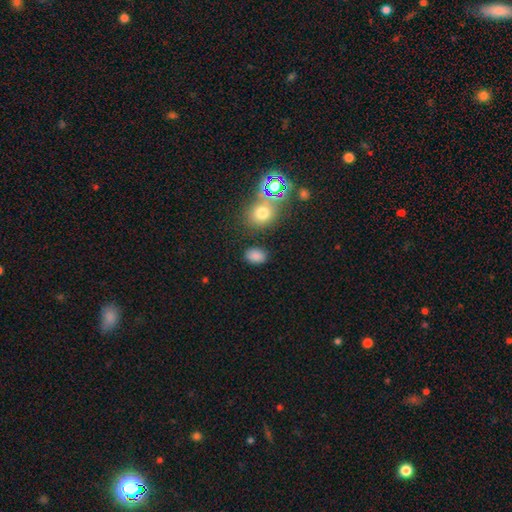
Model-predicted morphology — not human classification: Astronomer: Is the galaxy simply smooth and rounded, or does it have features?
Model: smooth — 81%.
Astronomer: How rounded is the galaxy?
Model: in between — 76%.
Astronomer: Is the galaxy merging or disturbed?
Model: none — 81%.